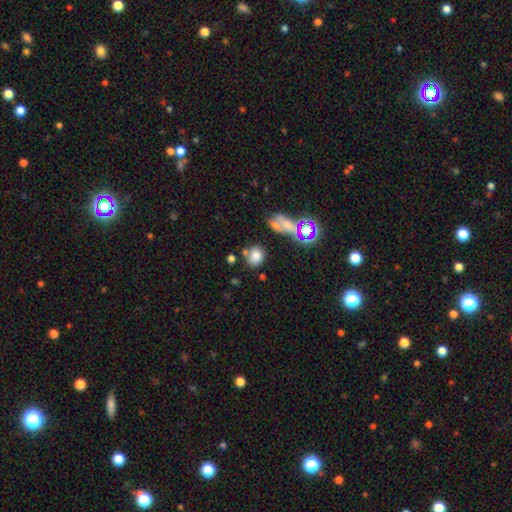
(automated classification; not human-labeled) smooth_or_featured: smooth (p=0.73) [alt: star or artifact p=0.18]
how_rounded: round (p=0.51) [alt: in between p=0.47]
merging: none (p=0.61) [alt: merger p=0.16]